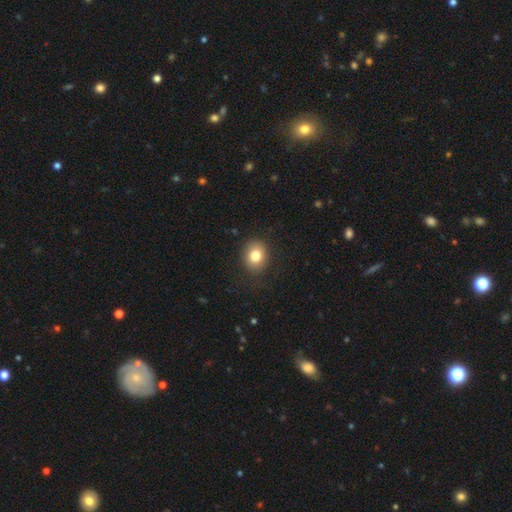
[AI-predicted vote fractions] A smooth galaxy with no disk features (80%) that is round (64%).

Vote fractions:
- Smooth or featured? smooth: 80% / star or artifact: 10% / featured or disk: 9%
- How rounded? round: 64% / in between: 35% / cigar-shaped: 1%
- Merging? none: 86% / minor disturbance: 10% / major disturbance: 3% / merger: 1%